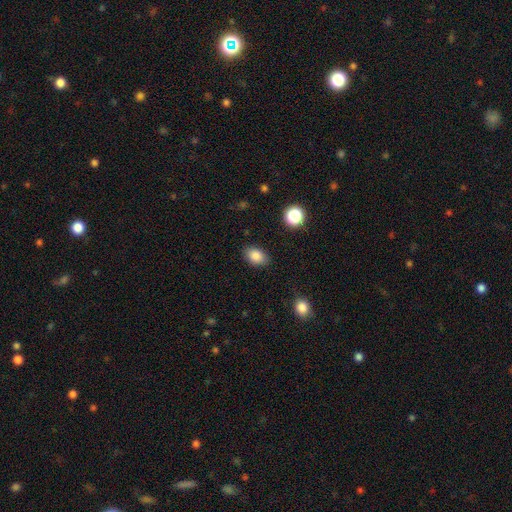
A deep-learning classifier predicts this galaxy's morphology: This is clearly a smooth galaxy (86%). How rounded: likely in between (80%). Merging: clearly none (84%).